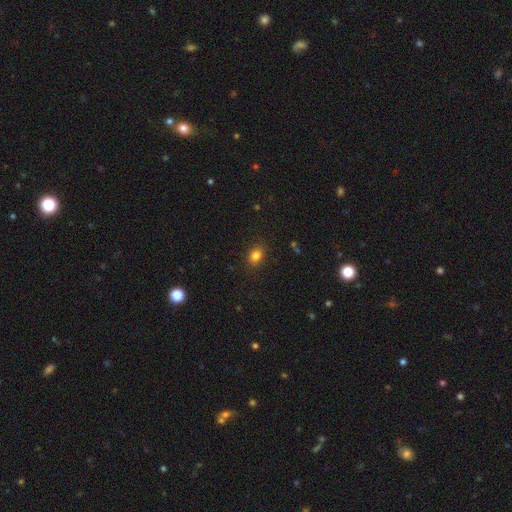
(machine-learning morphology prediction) The model was most divided on "how rounded": in between: 66%, round: 32%, cigar-shaped: 2%. More confident: merging — none (87%); smooth or featured — smooth (82%).